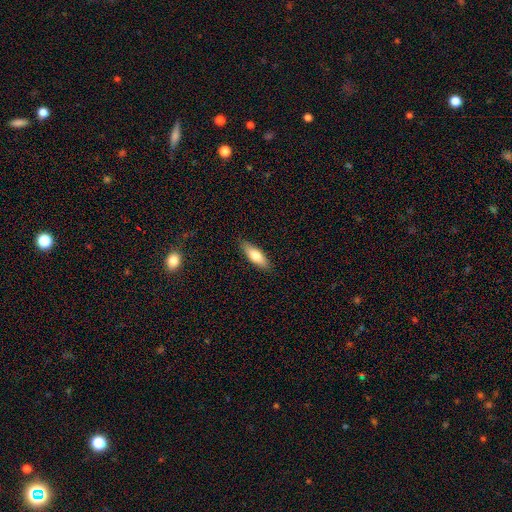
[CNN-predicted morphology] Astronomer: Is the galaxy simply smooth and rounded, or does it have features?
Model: smooth — 74%.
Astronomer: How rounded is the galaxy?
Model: in between — 59% (runner-up: cigar-shaped, 39%).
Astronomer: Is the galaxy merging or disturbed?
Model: none — 87%.